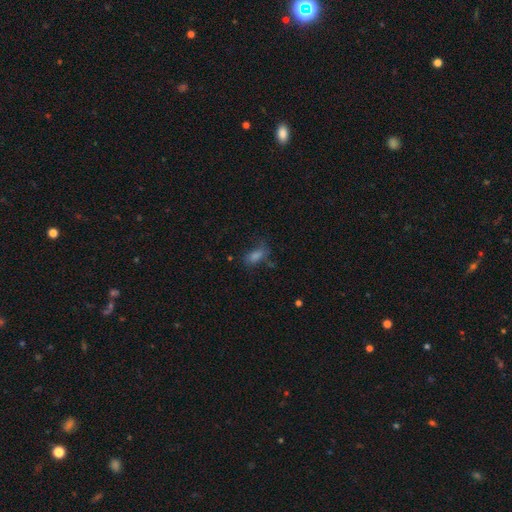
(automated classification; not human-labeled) Overall: smooth (60%; star or artifact 24%). How rounded: in between (77%). Merging: none (54%; minor disturbance 23%).